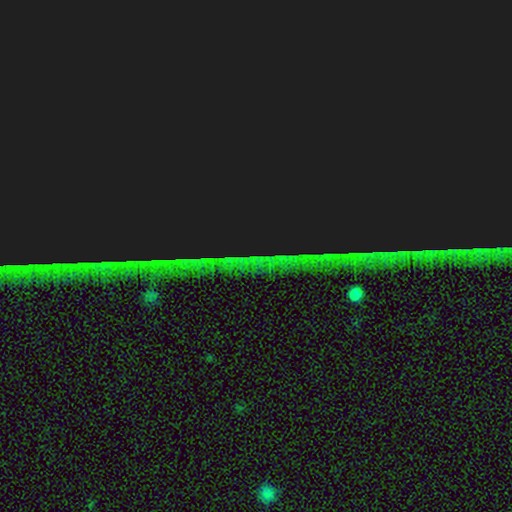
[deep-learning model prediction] Smooth or featured? star or artifact (86%)